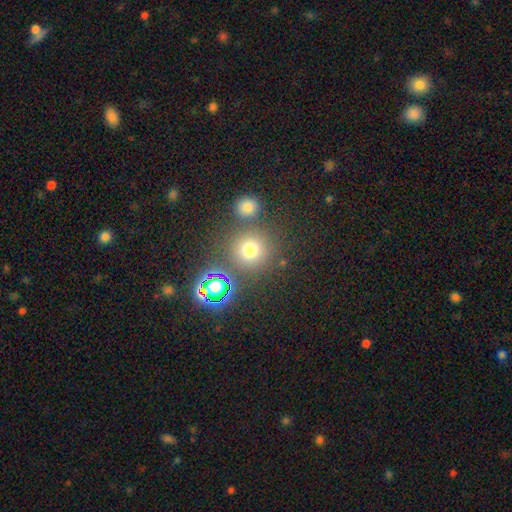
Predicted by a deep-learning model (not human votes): Smooth or featured?
  - smooth: 49% *
  - star or artifact: 44%
  - featured or disk: 7%
Merging?
  - none: 78% *
  - merger: 12%
  - minor disturbance: 7%
  - major disturbance: 3%